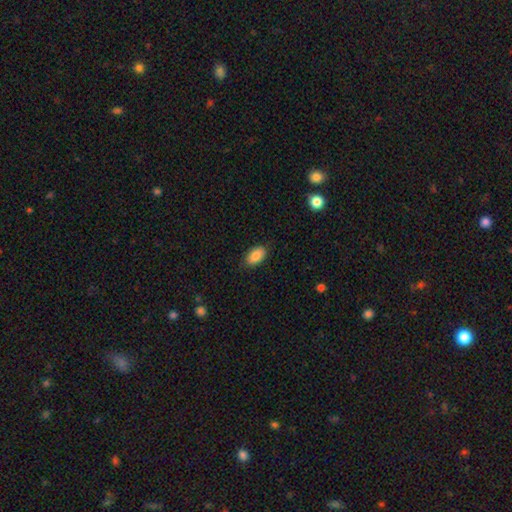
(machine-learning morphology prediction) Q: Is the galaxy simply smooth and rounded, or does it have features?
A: smooth — 87%.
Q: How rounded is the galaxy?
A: in between — 93%.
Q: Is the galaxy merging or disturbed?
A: none — 84%.